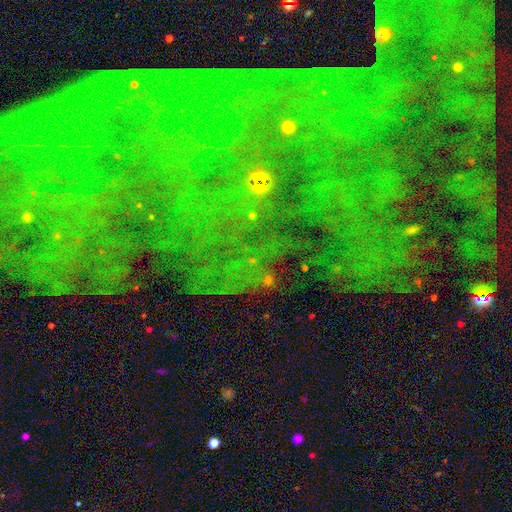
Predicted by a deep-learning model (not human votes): Smooth or featured?
  - star or artifact: 78% *
  - featured or disk: 13%
  - smooth: 9%